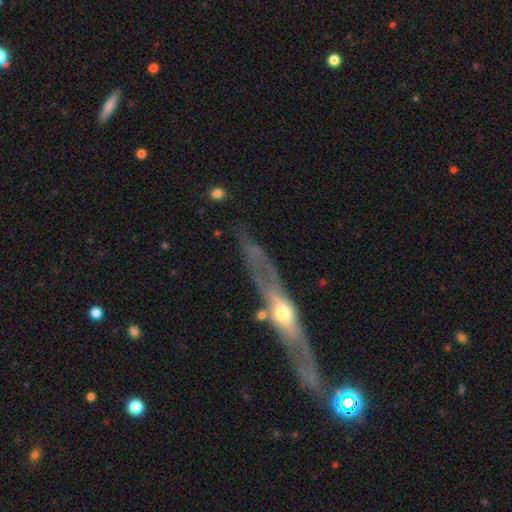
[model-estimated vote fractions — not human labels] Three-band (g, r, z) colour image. It shows a featured or disk galaxy (78%) viewed edge-on (67%) with a rounded central bulge (85%). Merging: none (74%).